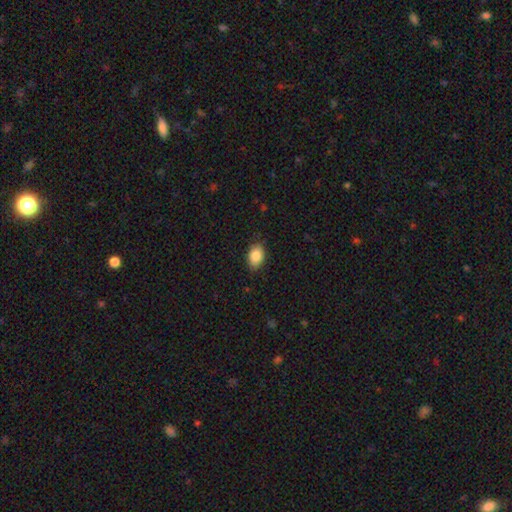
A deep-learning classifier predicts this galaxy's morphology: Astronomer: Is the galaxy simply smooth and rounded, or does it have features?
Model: smooth — 87%.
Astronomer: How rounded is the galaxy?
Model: in between — 87%.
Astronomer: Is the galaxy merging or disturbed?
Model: none — 84%.